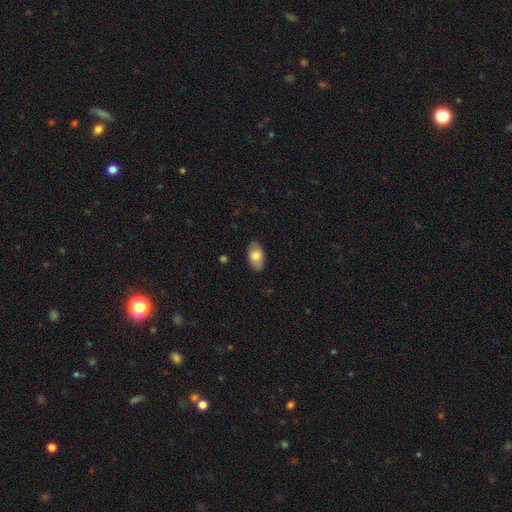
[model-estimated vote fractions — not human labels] A smooth galaxy with no disk features (79%) that is in between round and cigar-shaped (93%).

Vote fractions:
- Smooth or featured? smooth: 79% / featured or disk: 15% / star or artifact: 6%
- How rounded? in between: 93% / round: 5% / cigar-shaped: 2%
- Merging? none: 87% / minor disturbance: 10% / major disturbance: 2% / merger: 1%